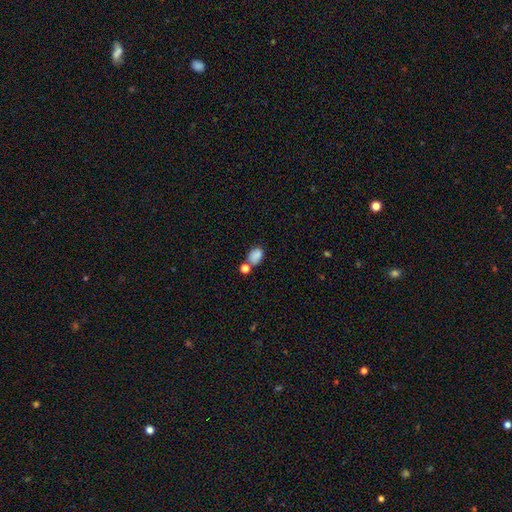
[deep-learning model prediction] A smooth galaxy with no disk features (84%) that is in between round and cigar-shaped (77%).

Vote fractions:
- Smooth or featured? smooth: 84% / star or artifact: 10% / featured or disk: 7%
- How rounded? in between: 77% / round: 22% / cigar-shaped: 1%
- Merging? none: 52% / merger: 27% / minor disturbance: 15% / major disturbance: 6%